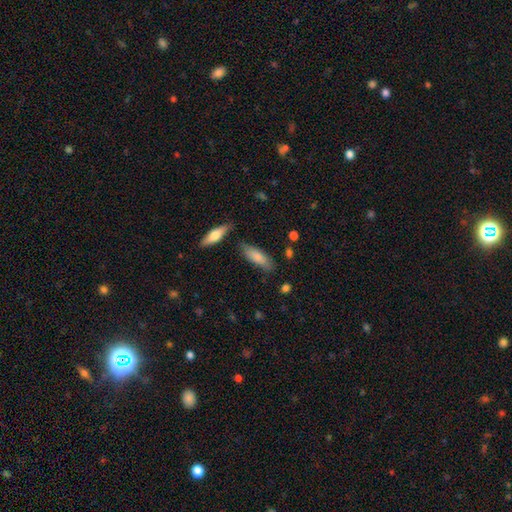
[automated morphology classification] smooth-or-featured: smooth: 75% | featured or disk: 18% | star or artifact: 7%
  how-rounded: in between: 55% | cigar-shaped: 43% | round: 2%
  merging: none: 76% | minor disturbance: 16% | merger: 5% | major disturbance: 3%